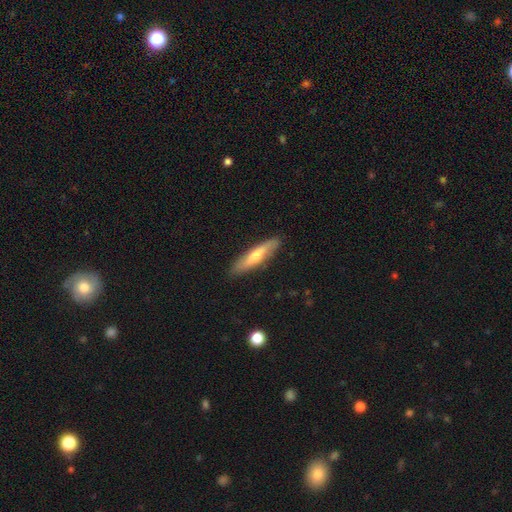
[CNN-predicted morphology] Smooth or featured? smooth (55%)
How rounded? cigar-shaped (81%)
Merging? none (86%)